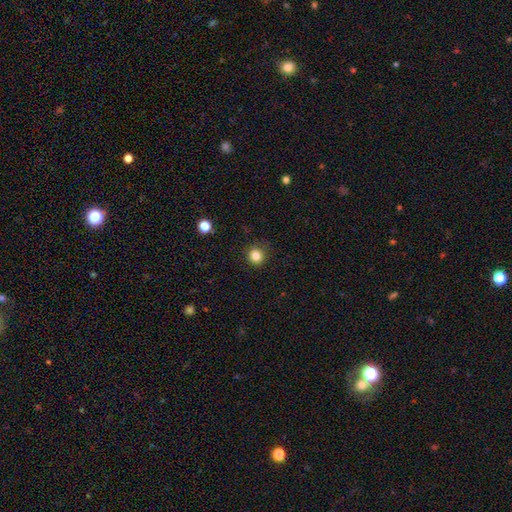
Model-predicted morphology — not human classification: The model was most divided on "smooth or featured": smooth: 83%, star or artifact: 12%, featured or disk: 5%. More confident: how rounded — round (93%); merging — none (89%).